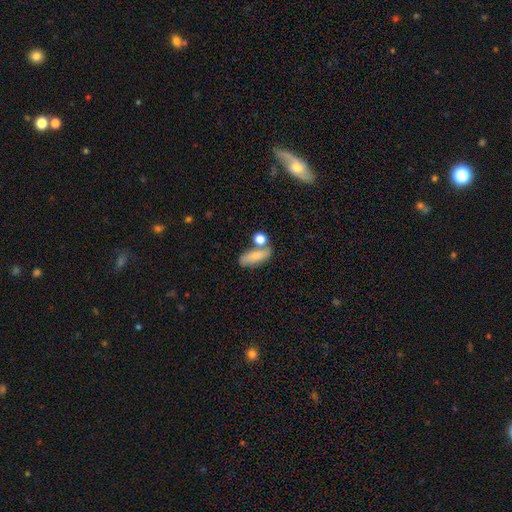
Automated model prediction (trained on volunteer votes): Morphology: type=smooth (79%); roundness=in between (71%); merging=none (56%).